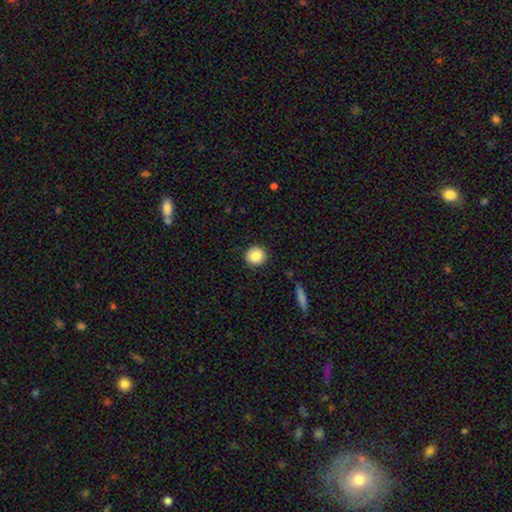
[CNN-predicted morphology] type=smooth (84%); roundness=round (92%); merging=none (92%).